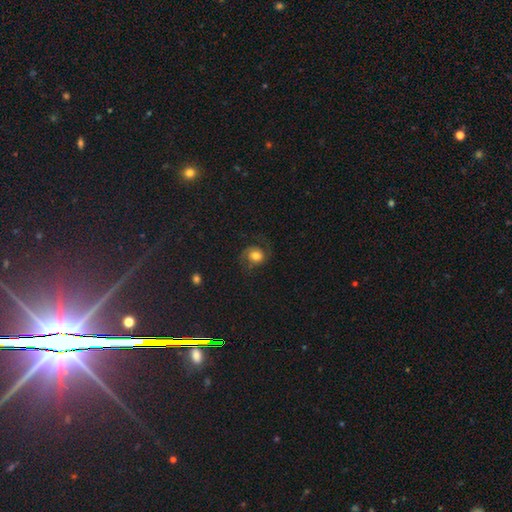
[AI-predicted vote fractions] smooth-or-featured: featured or disk: 46% | smooth: 43% | star or artifact: 10%
  merging: none: 65% | minor disturbance: 18% | major disturbance: 15% | merger: 2%